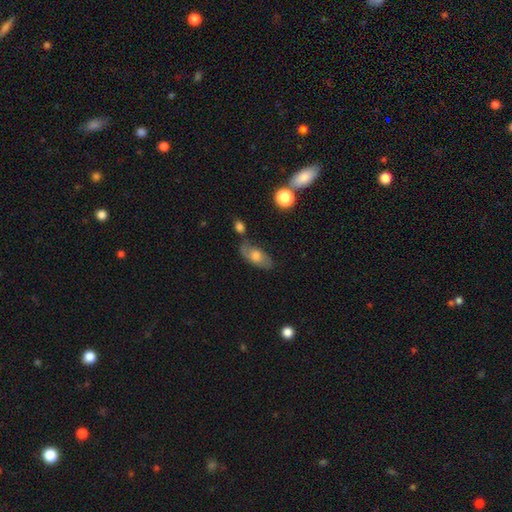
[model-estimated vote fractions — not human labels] smooth_or_featured: smooth (p=0.61) [alt: featured or disk p=0.31]
how_rounded: in between (p=0.87) [alt: cigar-shaped p=0.07]
merging: none (p=0.60) [alt: minor disturbance p=0.22]